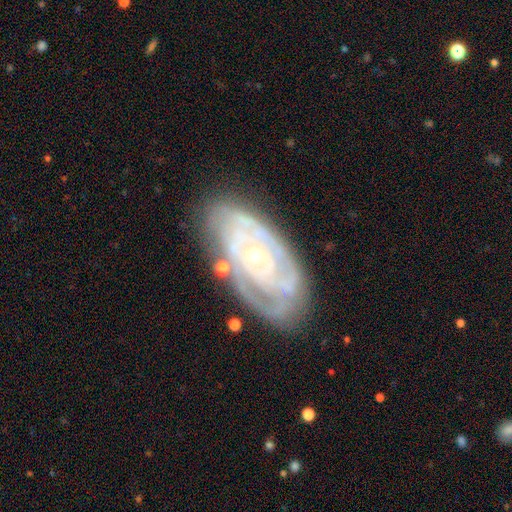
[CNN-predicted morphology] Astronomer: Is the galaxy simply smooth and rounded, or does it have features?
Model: featured or disk — 85%.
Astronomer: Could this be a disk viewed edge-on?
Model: no — 94%.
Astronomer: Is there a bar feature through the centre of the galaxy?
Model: no — 75%.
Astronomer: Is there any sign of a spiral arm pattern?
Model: yes — 89%.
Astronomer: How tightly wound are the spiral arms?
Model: tight — 76%.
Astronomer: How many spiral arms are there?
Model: can't tell — 40% (runner-up: 2, 25%).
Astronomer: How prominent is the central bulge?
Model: small — 71%.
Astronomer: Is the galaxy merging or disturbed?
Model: none — 70%.